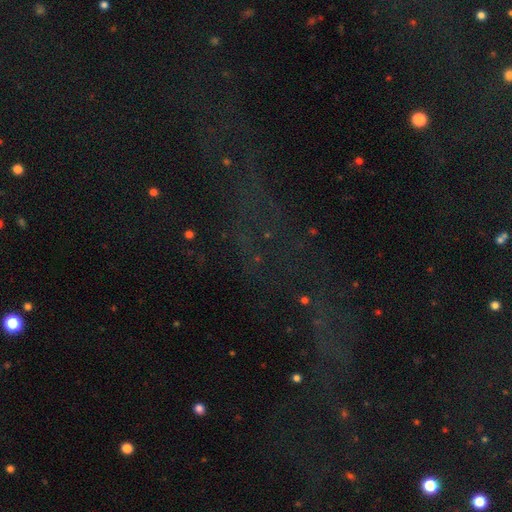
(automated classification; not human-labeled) This appears to be a star or artifact, not a galaxy (68%).